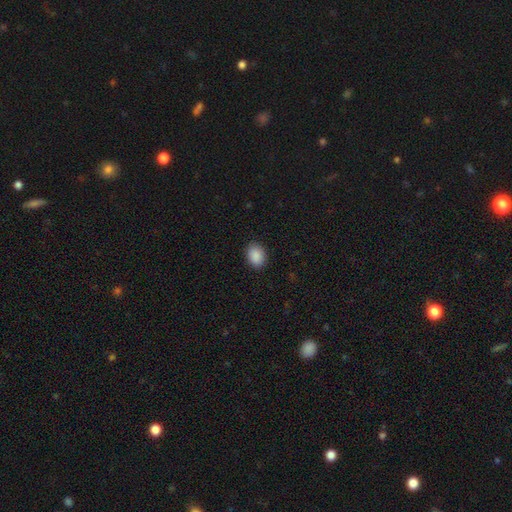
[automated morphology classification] The model was most divided on "how rounded": in between: 72%, round: 27%, cigar-shaped: 1%. More confident: smooth or featured — smooth (90%); merging — none (89%).